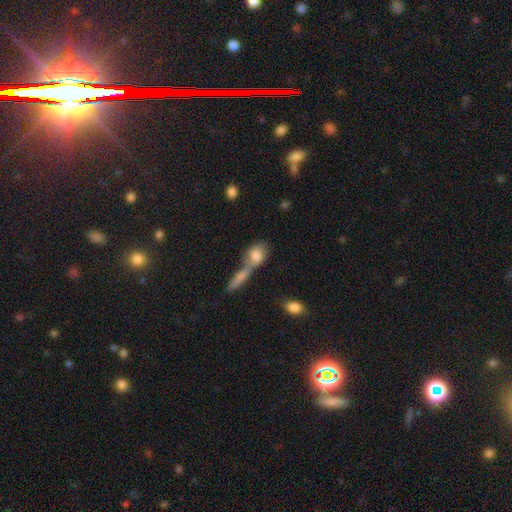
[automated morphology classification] smooth-or-featured: smooth: 75% | featured or disk: 17% | star or artifact: 8%
  how-rounded: in between: 61% | round: 29% | cigar-shaped: 10%
  merging: merger: 54% | none: 31% | minor disturbance: 9% | major disturbance: 6%